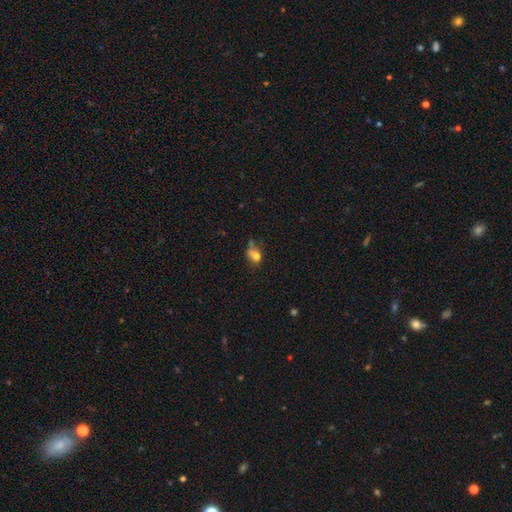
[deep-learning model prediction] Smooth or featured? smooth (69%)
How rounded? in between (63%)
Merging? none (32%)